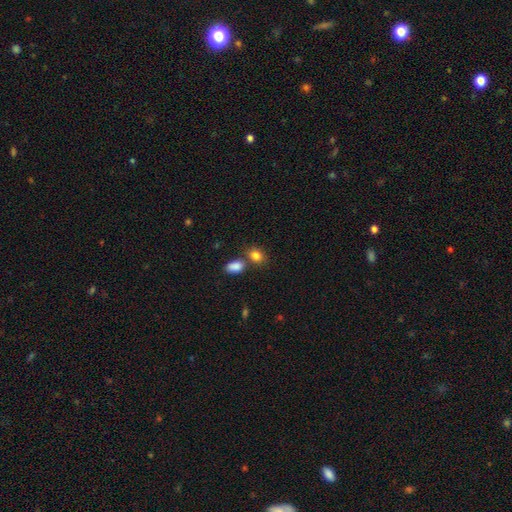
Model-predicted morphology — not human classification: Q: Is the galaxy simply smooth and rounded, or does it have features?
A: smooth — 84%.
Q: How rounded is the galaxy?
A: in between — 63%.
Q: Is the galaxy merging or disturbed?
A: none — 57%.